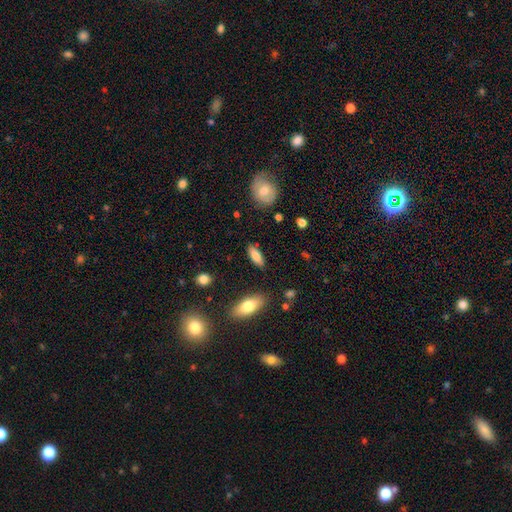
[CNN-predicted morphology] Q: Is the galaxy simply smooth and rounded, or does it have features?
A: smooth — 78%.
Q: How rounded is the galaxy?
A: in between — 67%.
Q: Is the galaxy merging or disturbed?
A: none — 86%.